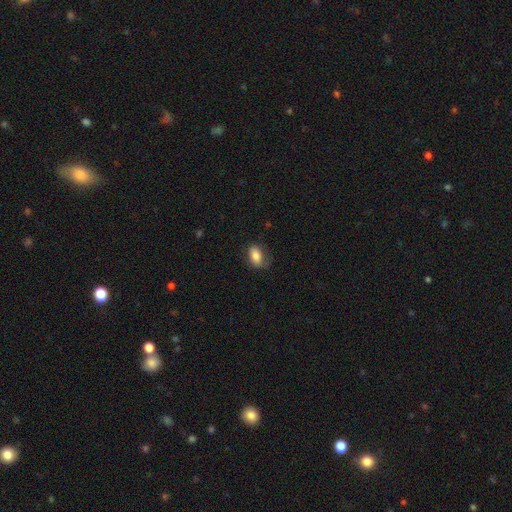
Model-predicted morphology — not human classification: Q: Smooth or featured?
A: smooth (79%); runner-up: featured or disk (13%)
Q: How rounded?
A: in between (89%); runner-up: round (7%)
Q: Merging?
A: none (65%); runner-up: minor disturbance (24%)